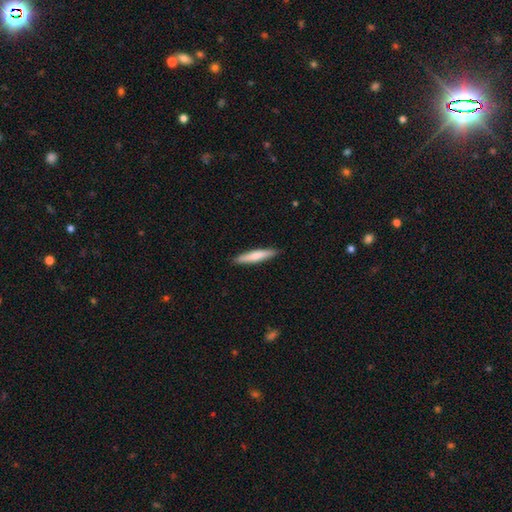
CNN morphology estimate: smooth 73%, featured or disk 22%, star or artifact 5%. Down the decision tree: how rounded — cigar-shaped (90%); merging — none (91%).